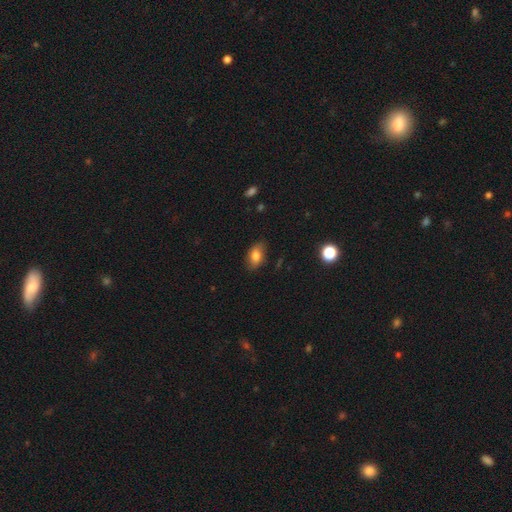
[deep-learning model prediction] smooth-or-featured: smooth: 78% | featured or disk: 13% | star or artifact: 9%
  how-rounded: in between: 87% | round: 10% | cigar-shaped: 2%
  merging: none: 82% | minor disturbance: 14% | major disturbance: 3% | merger: 1%